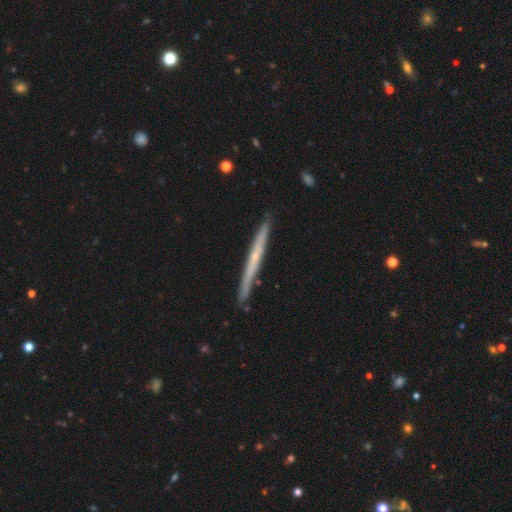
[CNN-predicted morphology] Smooth or featured: featured or disk — 62% (smooth — 32%)
Edge-on disk: yes — 96% (no — 4%)
Edge-on bulge: none — 66% (rounded — 30%)
Merging: none — 86% (minor disturbance — 11%)